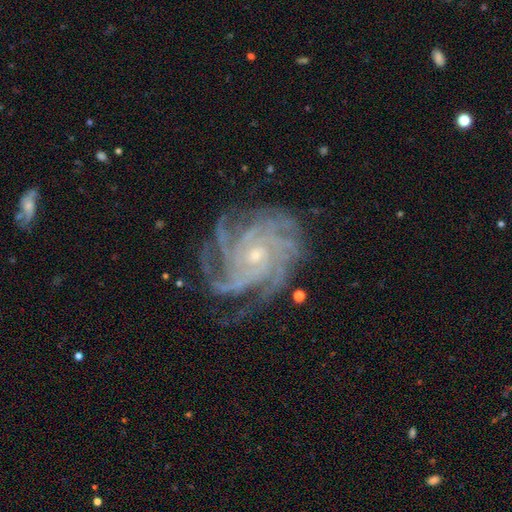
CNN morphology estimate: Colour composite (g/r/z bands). It shows a featured or disk galaxy (91%) with no bar (71%), more than 4 (35%) tight (72%) spiral arms (99%) and a small central bulge (71%). Merging: none (77%).